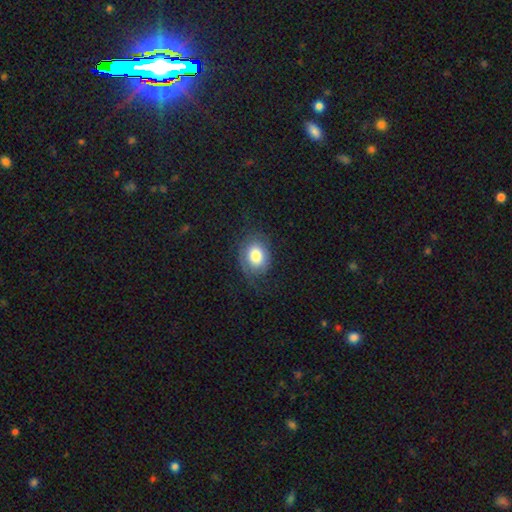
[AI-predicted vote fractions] A smooth galaxy with no disk features (65%) that is in between round and cigar-shaped (51%). Merging: none (66%).